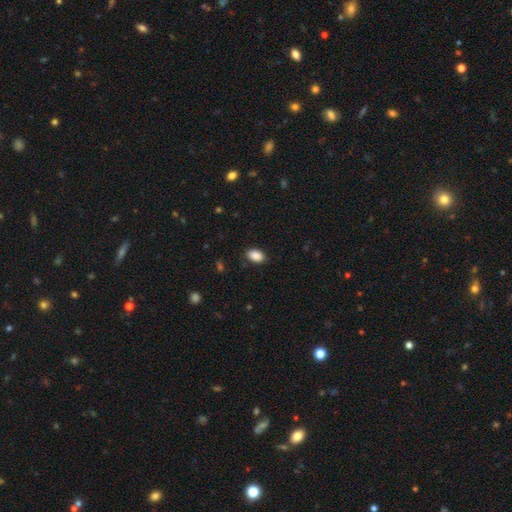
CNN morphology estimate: smooth_or_featured: smooth (p=0.89) [alt: star or artifact p=0.08]
how_rounded: in between (p=0.90) [alt: round p=0.08]
merging: none (p=0.85) [alt: minor disturbance p=0.11]